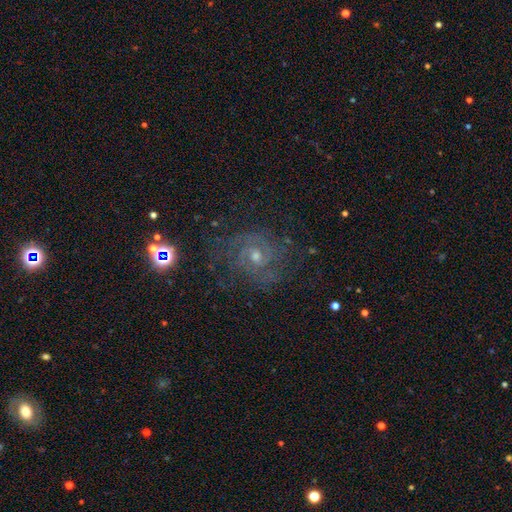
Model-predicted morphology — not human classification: Q: Smooth or featured?
A: featured or disk (82%); runner-up: star or artifact (11%)
Q: Edge-on disk?
A: no (97%); runner-up: yes (3%)
Q: Bar?
A: no (50%); runner-up: weak (42%)
Q: Spiral arms?
A: yes (96%); runner-up: no (4%)
Q: Spiral winding?
A: tight (55%); runner-up: medium (38%)
Q: Spiral arm count?
A: 2 (62%); runner-up: can't tell (16%)
Q: Bulge size?
A: moderate (51%); runner-up: small (44%)
Q: Merging?
A: none (72%); runner-up: minor disturbance (17%)